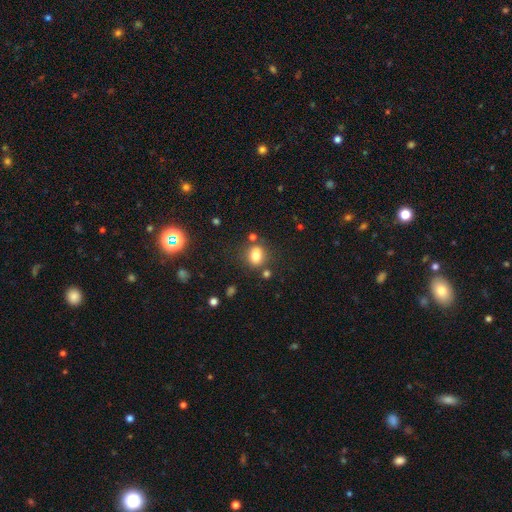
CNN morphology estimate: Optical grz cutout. It shows a smooth galaxy with no disk features (77%) that is round (53%). Merging: none (72%).